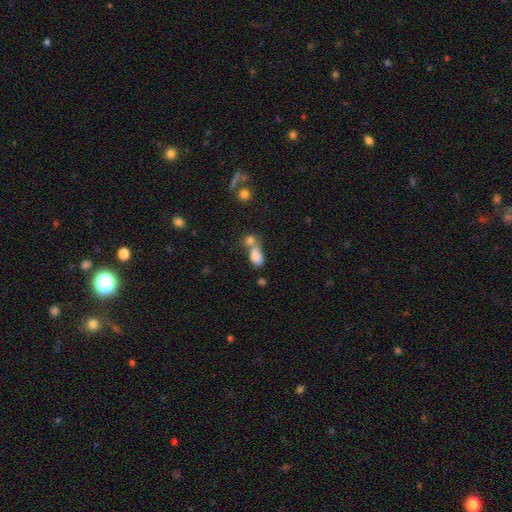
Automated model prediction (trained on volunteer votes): Morphology: type=smooth (81%); roundness=in between (86%); merging=merger (56%).